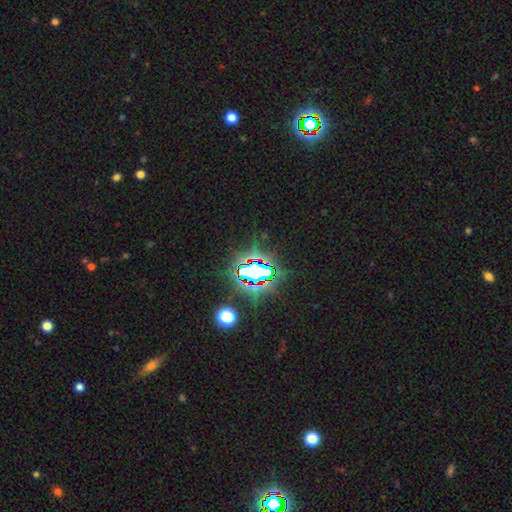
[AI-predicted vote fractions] Q: Smooth or featured?
A: star or artifact (80%); runner-up: smooth (12%)